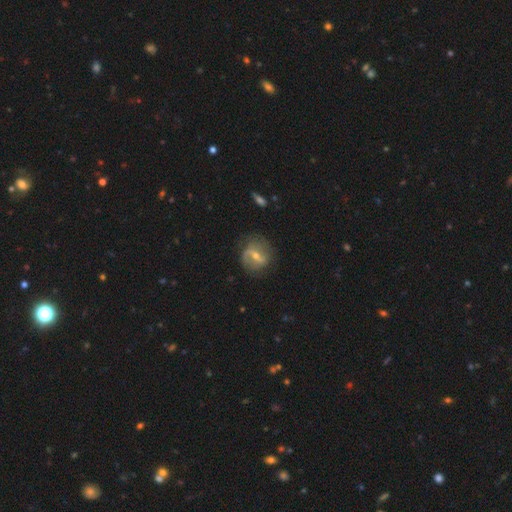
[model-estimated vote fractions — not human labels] smooth-or-featured: featured or disk: 73% | smooth: 20% | star or artifact: 7%
  disk-edge-on: no: 95% | yes: 5%
    bar: weak: 43% | strong: 41% | no: 16%
    has-spiral-arms: yes: 78% | no: 22%
      spiral-winding: medium: 40% (tied) | loose: 40% (tied) | tight: 20%
      spiral-arm-count: 2: 77% | can't tell: 12% | 1: 6% | 3: 2% | 4: 1% | more than 4: 1%
    bulge-size: moderate: 52% | small: 44% | large: 2% | none: 2% | dominant: 1%
  merging: none: 72% | minor disturbance: 18% | major disturbance: 8% | merger: 2%